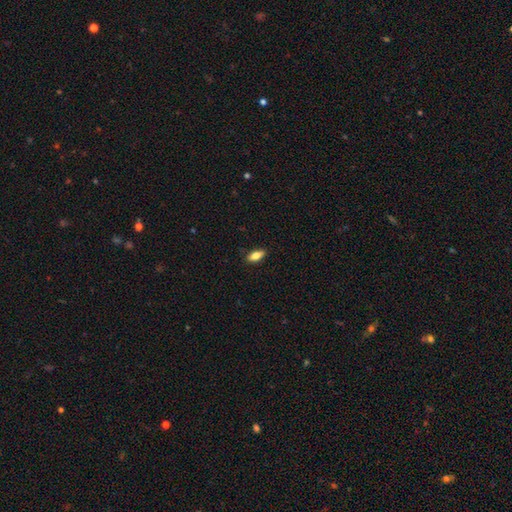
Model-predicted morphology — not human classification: type=smooth (76%); roundness=in between (83%); merging=none (88%).